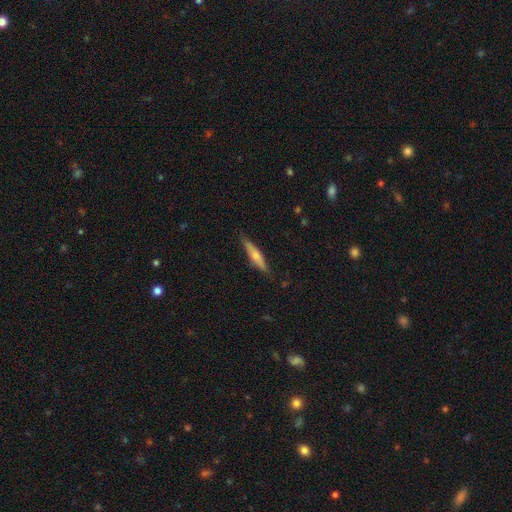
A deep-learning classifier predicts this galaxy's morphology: smooth 52%, featured or disk 42%, star or artifact 6%. Down the decision tree: how rounded — cigar-shaped (82%); merging — none (83%).